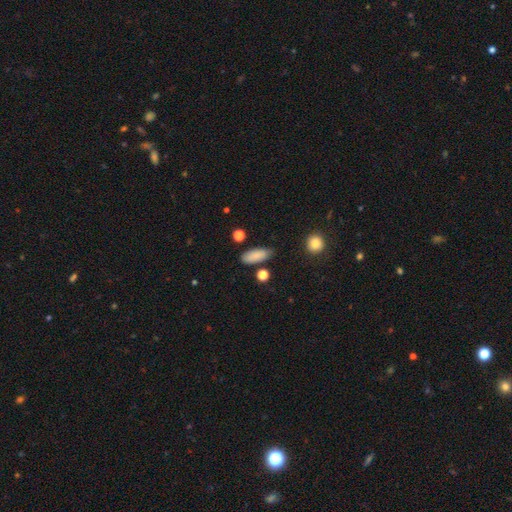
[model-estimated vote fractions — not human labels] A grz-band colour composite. It shows a smooth galaxy with no disk features (86%) that is in between round and cigar-shaped (78%). Merging: none (78%).